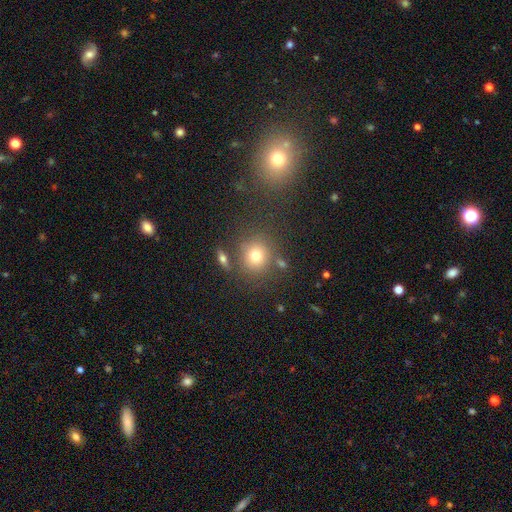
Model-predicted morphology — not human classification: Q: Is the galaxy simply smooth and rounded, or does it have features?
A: smooth — 73%.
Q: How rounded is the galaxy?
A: round — 84%.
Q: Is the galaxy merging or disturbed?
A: none — 76%.